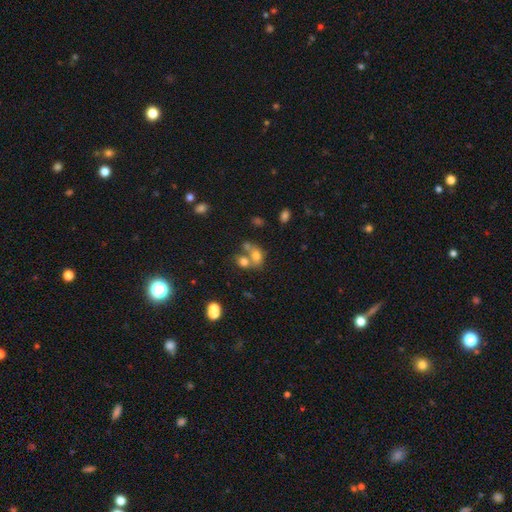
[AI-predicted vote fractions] Morphology: type=smooth (69%); roundness=in between (57%); merging=merger (52%).